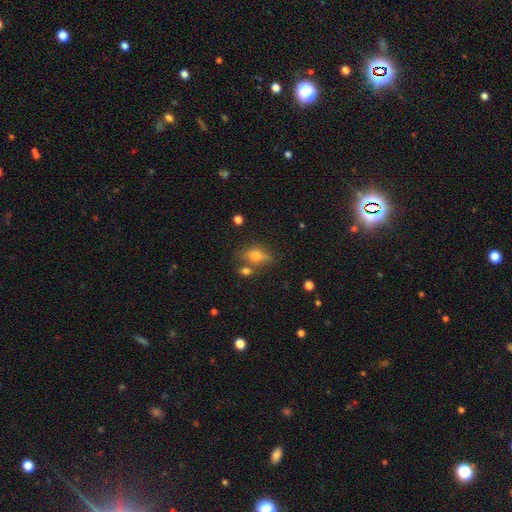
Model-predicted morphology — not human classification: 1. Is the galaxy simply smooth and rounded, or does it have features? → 62% smooth, 24% featured or disk, 14% star or artifact.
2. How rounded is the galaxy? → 70% in between, 18% round, 12% cigar-shaped.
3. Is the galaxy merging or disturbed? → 62% none, 18% minor disturbance, 13% merger, 7% major disturbance.